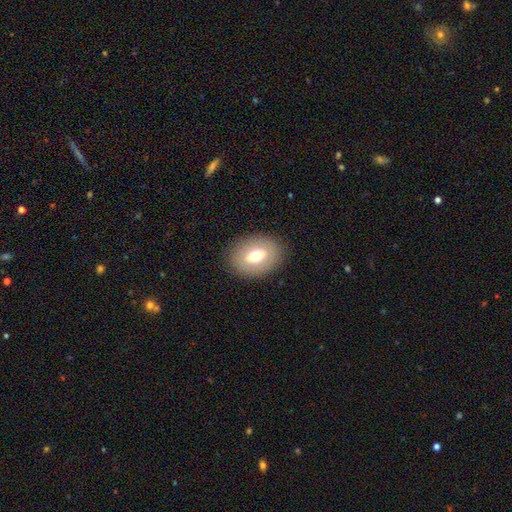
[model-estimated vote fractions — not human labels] Smooth or featured: smooth — 61% (featured or disk — 30%)
How rounded: in between — 69% (round — 30%)
Merging: none — 86% (minor disturbance — 10%)